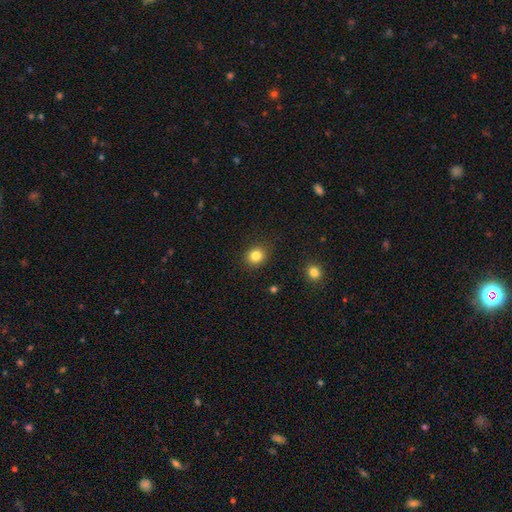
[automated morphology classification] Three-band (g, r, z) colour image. It shows a smooth galaxy with no disk features (83%) that is round (78%). Merging: none (89%).